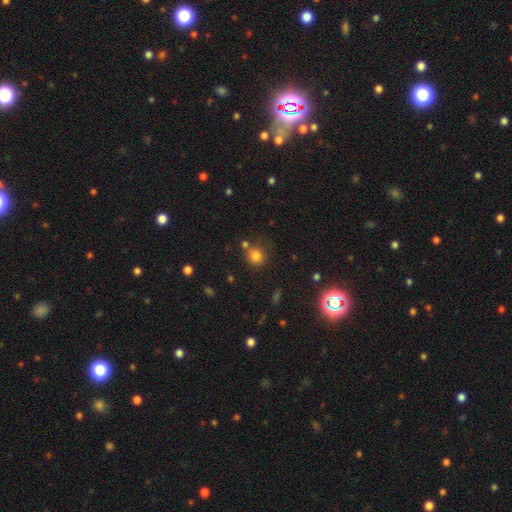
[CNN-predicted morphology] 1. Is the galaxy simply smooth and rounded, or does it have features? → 79% smooth, 14% star or artifact, 7% featured or disk.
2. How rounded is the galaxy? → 87% round, 12% in between, 1% cigar-shaped.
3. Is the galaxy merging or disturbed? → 70% none, 13% merger, 13% minor disturbance, 4% major disturbance.